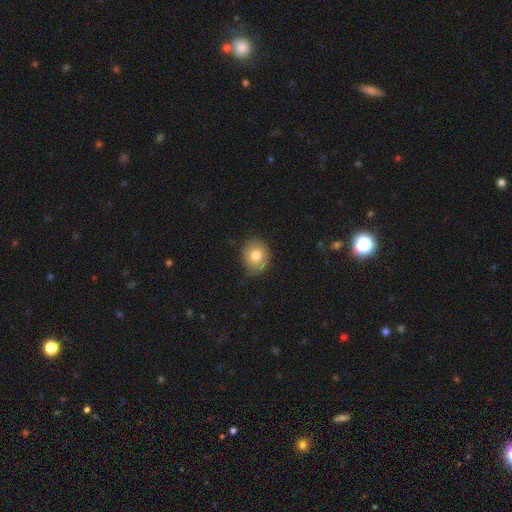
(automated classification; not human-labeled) smooth-or-featured: smooth: 77% | featured or disk: 15% | star or artifact: 8%
  how-rounded: round: 69% | in between: 31% | cigar-shaped: 1%
  merging: none: 76% | minor disturbance: 20% | major disturbance: 4% | merger: 1%